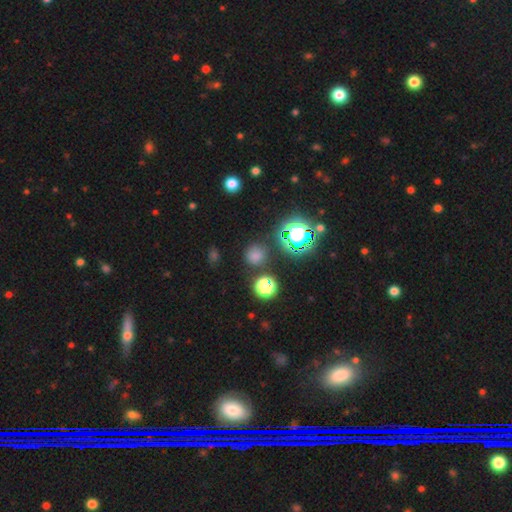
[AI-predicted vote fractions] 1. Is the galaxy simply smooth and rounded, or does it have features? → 64% smooth, 30% star or artifact, 6% featured or disk.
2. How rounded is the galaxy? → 90% round, 9% in between, 1% cigar-shaped.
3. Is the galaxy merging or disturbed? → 82% none, 10% minor disturbance, 5% merger, 4% major disturbance.